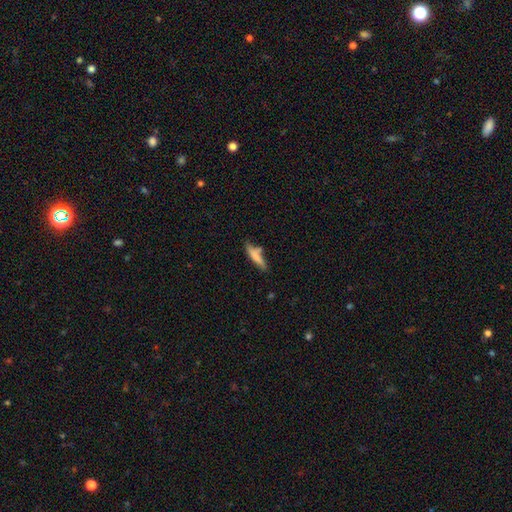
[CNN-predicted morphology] Smooth or featured? Predicted: smooth (p=0.69). How rounded? Predicted: cigar-shaped (p=0.80). Merging? Predicted: none (p=0.54).